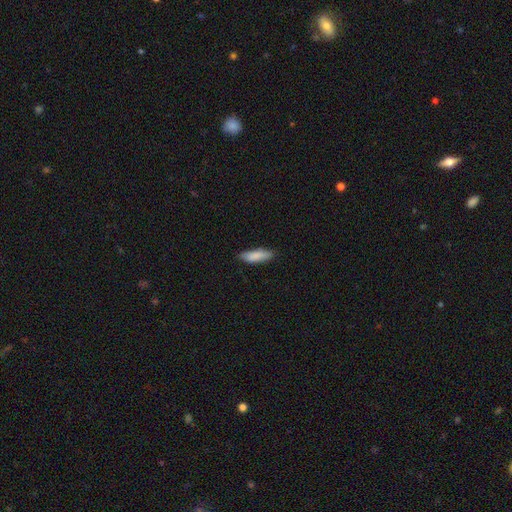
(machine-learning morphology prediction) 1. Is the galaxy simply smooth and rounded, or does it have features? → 86% smooth, 8% featured or disk, 6% star or artifact.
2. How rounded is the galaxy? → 54% cigar-shaped, 44% in between, 2% round.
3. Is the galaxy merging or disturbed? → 84% none, 13% minor disturbance, 2% major disturbance, 1% merger.